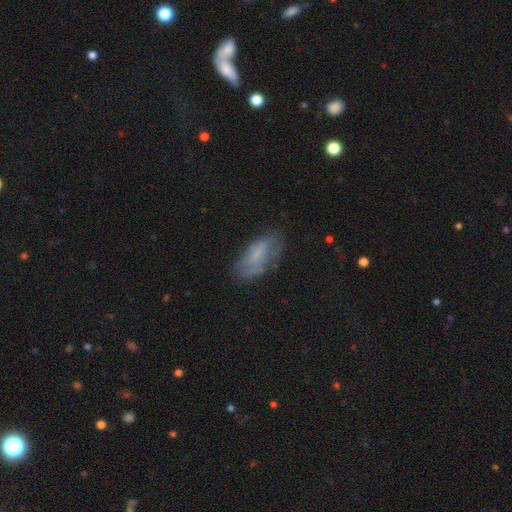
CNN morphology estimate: Overall: smooth (58%; featured or disk 31%). How rounded: in between (84%). Merging: none (62%; minor disturbance 24%).